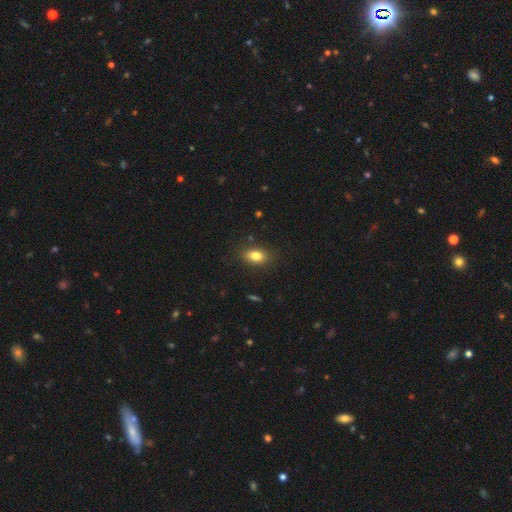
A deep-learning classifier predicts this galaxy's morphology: The model was most divided on "how rounded": in between: 82%, round: 14%, cigar-shaped: 4%. More confident: merging — none (85%); smooth or featured — smooth (81%).